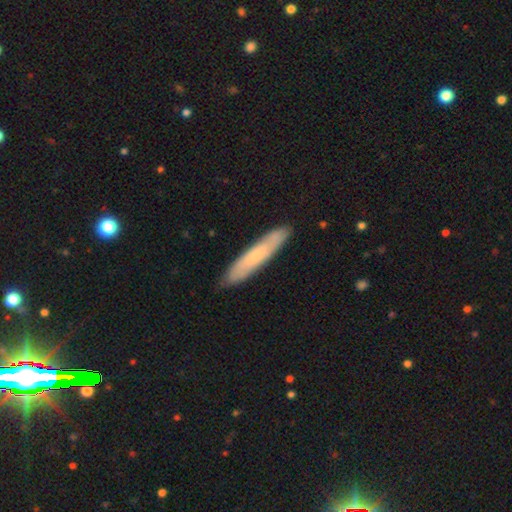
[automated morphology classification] Overall: smooth (66%; featured or disk 28%). How rounded: cigar-shaped (90%). Merging: none (87%).